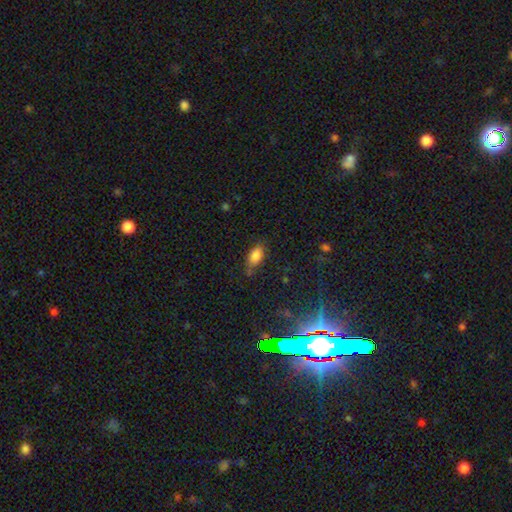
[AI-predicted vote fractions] Overall: smooth (81%). How rounded: in between (89%). Merging: none (69%).